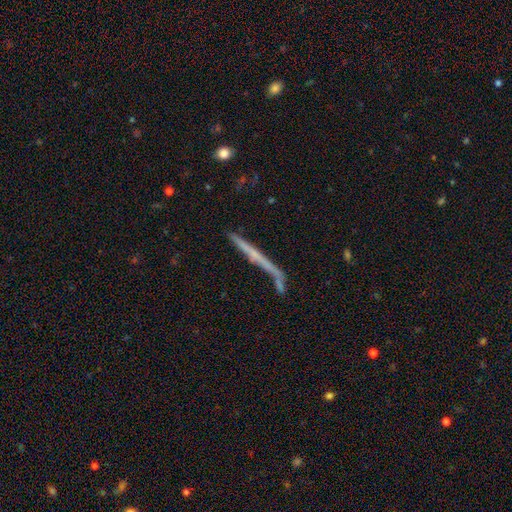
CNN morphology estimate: The model was most divided on "smooth or featured": featured or disk: 59%, smooth: 33%, star or artifact: 9%. More confident: edge-on disk — yes (91%); edge-on bulge — none (70%); merging — none (57%).